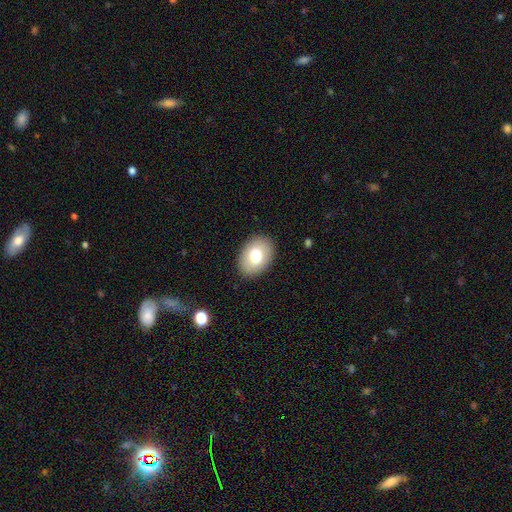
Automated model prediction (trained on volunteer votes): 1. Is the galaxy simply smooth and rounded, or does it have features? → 76% smooth, 16% featured or disk, 8% star or artifact.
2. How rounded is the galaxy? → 78% in between, 21% round, 1% cigar-shaped.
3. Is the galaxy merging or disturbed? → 89% none, 8% minor disturbance, 2% major disturbance, 1% merger.